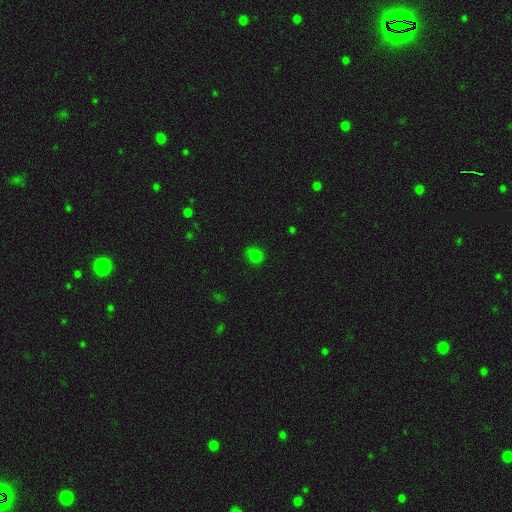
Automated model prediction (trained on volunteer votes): Smooth or featured? Predicted: smooth (p=0.76). How rounded? Predicted: round (p=0.78). Merging? Predicted: none (p=0.71).